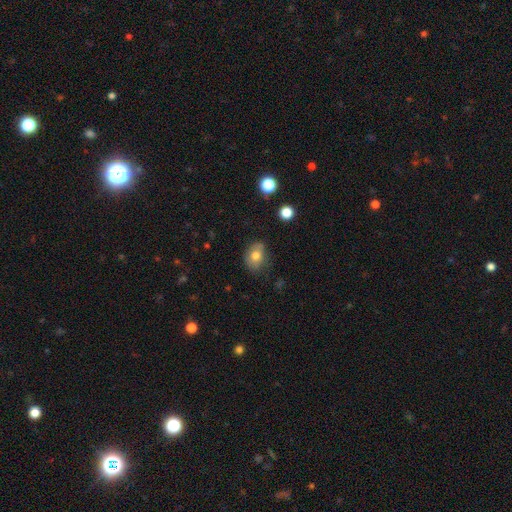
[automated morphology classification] Overall: smooth (74%). How rounded: in between (61%; round 38%). Merging: none (69%).